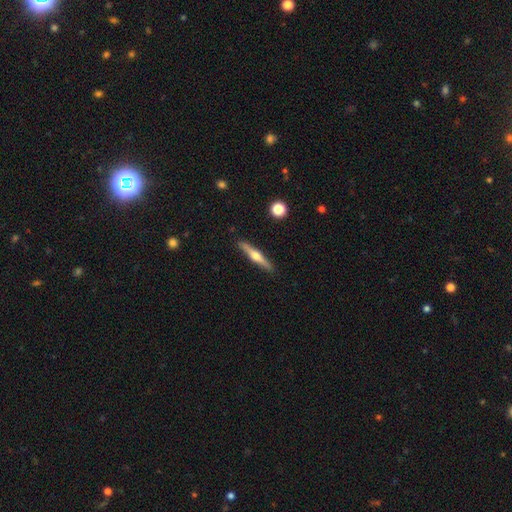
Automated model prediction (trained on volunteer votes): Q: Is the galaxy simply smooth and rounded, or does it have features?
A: featured or disk — 67%.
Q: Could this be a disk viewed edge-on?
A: yes — 98%.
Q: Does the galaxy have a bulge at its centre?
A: rounded — 93%.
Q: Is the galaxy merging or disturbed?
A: none — 91%.